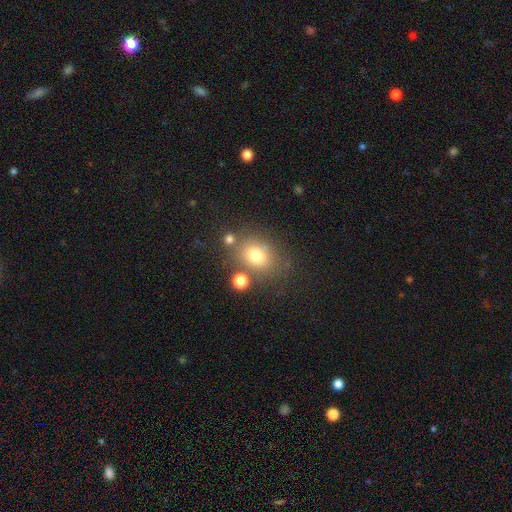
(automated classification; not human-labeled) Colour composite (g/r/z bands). It shows a smooth galaxy with no disk features (73%) that is in between round and cigar-shaped (53%). Merging: none (68%).